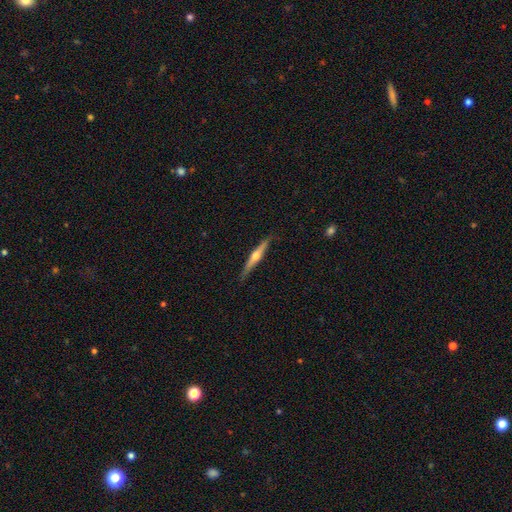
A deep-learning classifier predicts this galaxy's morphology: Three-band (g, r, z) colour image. It shows a featured or disk galaxy (69%) viewed edge-on (97%) with a rounded central bulge (92%). Merging: none (87%).